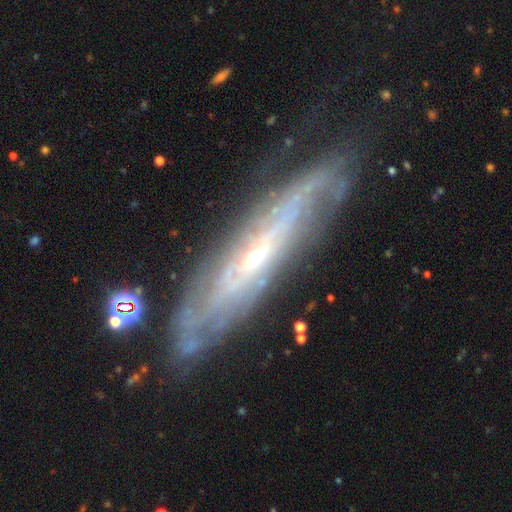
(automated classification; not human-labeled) Smooth or featured?
  - featured or disk: 82% *
  - smooth: 12%
  - star or artifact: 7%
Edge-on disk?
  - no: 63% *
  - yes: 37%
Bar?
  - no: 56% *
  - weak: 30%
  - strong: 14%
Spiral arms?
  - yes: 87% *
  - no: 13%
Bulge size?
  - small: 73% *
  - moderate: 22%
  - none: 2%
  - large: 2%
  - dominant: 1%
Merging?
  - none: 75% *
  - minor disturbance: 17%
  - major disturbance: 6%
  - merger: 2%